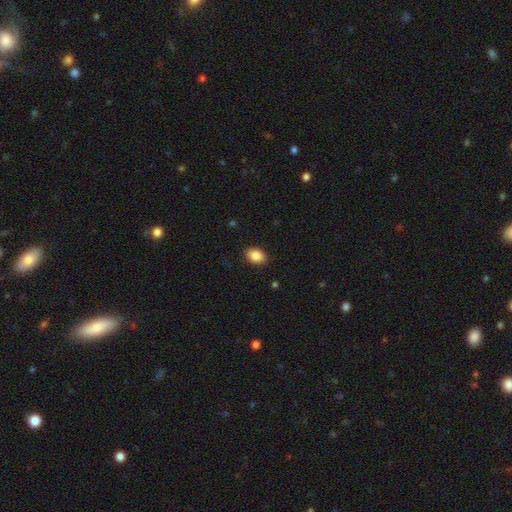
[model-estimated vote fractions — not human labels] Smooth or featured? Predicted: smooth (p=0.87). How rounded? Predicted: in between (p=0.81). Merging? Predicted: none (p=0.88).